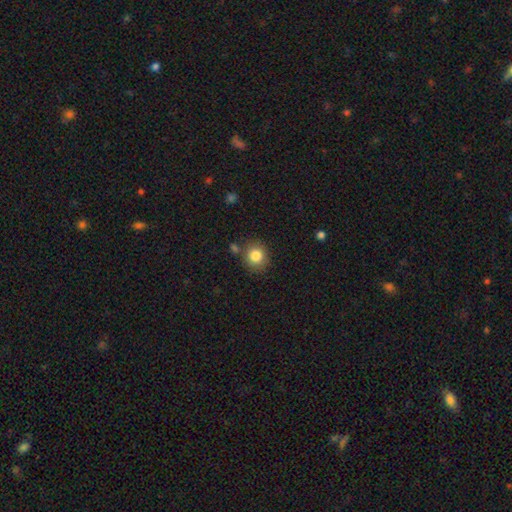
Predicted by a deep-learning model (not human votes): Morphology: type=smooth (84%); roundness=round (86%); merging=none (81%).